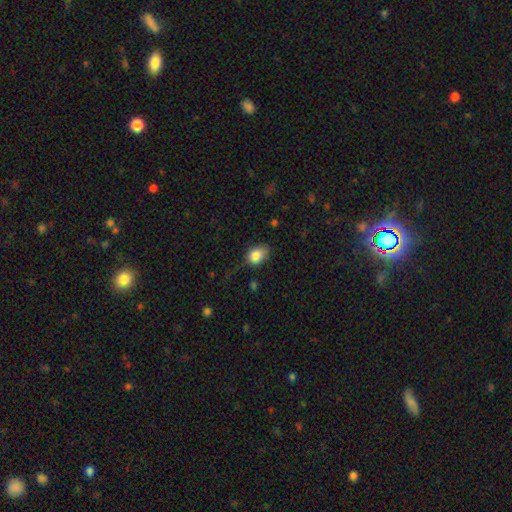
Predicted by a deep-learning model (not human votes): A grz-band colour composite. It shows a smooth galaxy with no disk features (84%) that is in between round and cigar-shaped (71%). Merging: none (55%).